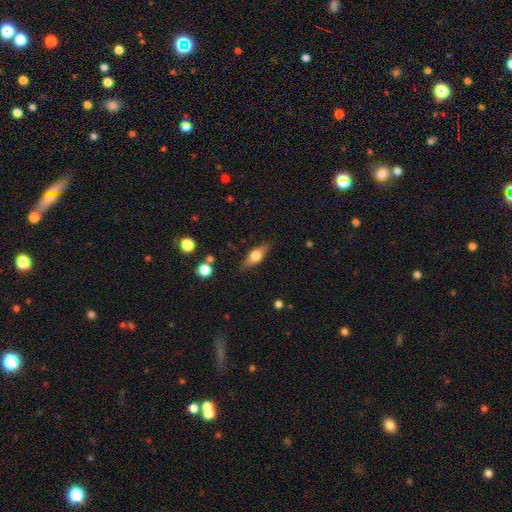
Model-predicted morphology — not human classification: smooth-or-featured: smooth: 51% | featured or disk: 42% | star or artifact: 7%
  how-rounded: in between: 61% | cigar-shaped: 33% | round: 6%
  merging: none: 83% | minor disturbance: 13% | major disturbance: 3% | merger: 2%